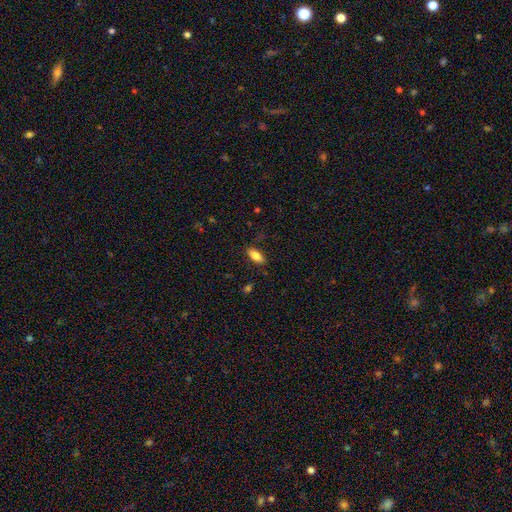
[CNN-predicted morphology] Smooth or featured: smooth — 79% (featured or disk — 13%)
How rounded: in between — 82% (cigar-shaped — 15%)
Merging: none — 85% (minor disturbance — 11%)